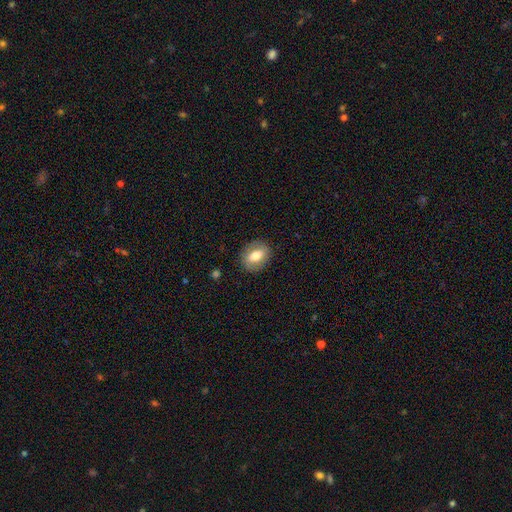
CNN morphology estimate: The model was most divided on "how rounded": in between: 63%, round: 35%, cigar-shaped: 2%. More confident: merging — none (85%); smooth or featured — smooth (62%).